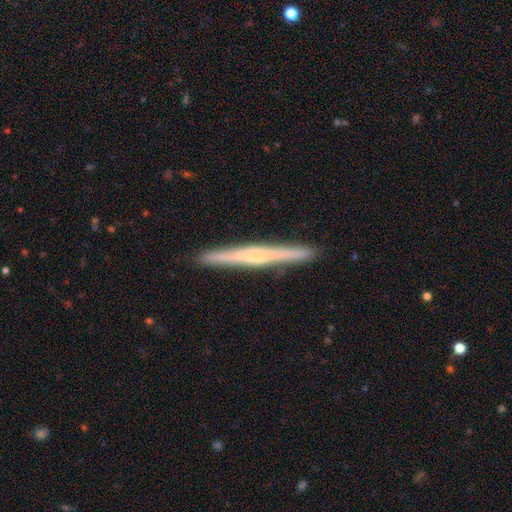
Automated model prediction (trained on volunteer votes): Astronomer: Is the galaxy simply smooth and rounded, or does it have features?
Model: featured or disk — 65%.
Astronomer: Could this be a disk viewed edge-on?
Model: yes — 98%.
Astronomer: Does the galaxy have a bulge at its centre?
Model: none — 46% (runner-up: rounded, 42%).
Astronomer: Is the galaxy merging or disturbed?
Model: none — 92%.